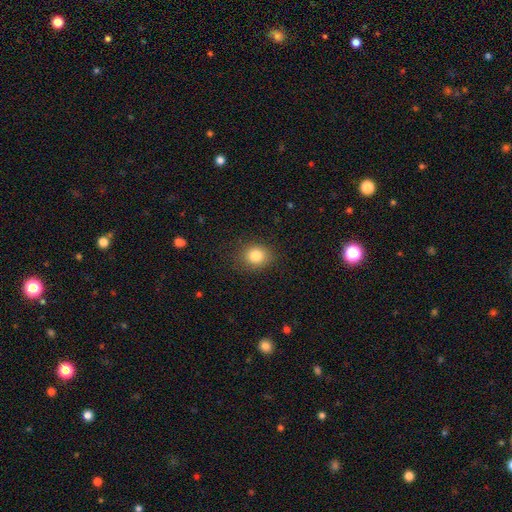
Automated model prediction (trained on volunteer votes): Smooth or featured? Predicted: smooth (p=0.83). How rounded? Predicted: round (p=0.68). Merging? Predicted: none (p=0.86).